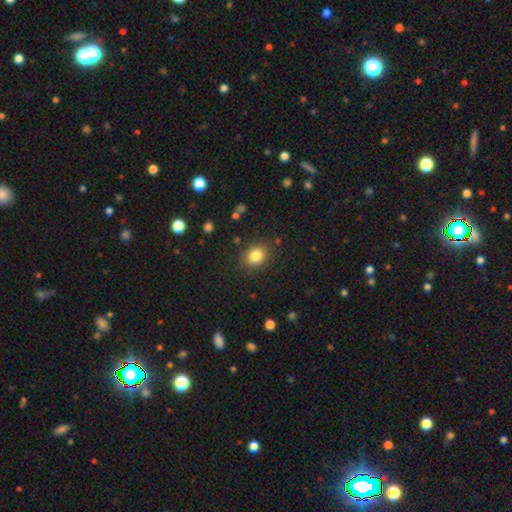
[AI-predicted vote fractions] Smooth or featured? Predicted: smooth (p=0.83). How rounded? Predicted: round (p=0.56). Merging? Predicted: none (p=0.85).